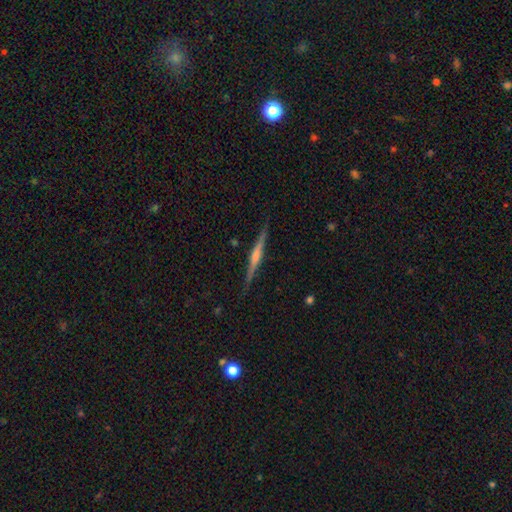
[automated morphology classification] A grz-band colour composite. It shows a featured or disk galaxy (78%) viewed edge-on (98%) with a rounded central bulge (76%). Merging: none (90%).